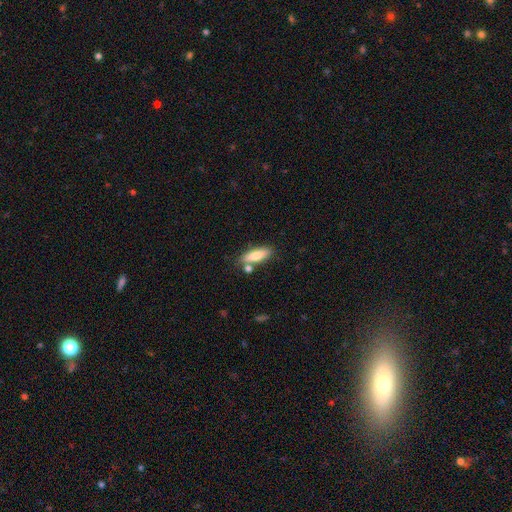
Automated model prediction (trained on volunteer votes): smooth-or-featured: smooth: 75% | featured or disk: 19% | star or artifact: 6%
  how-rounded: in between: 51% | cigar-shaped: 46% | round: 2%
  merging: none: 74% | minor disturbance: 13% | merger: 11% | major disturbance: 3%